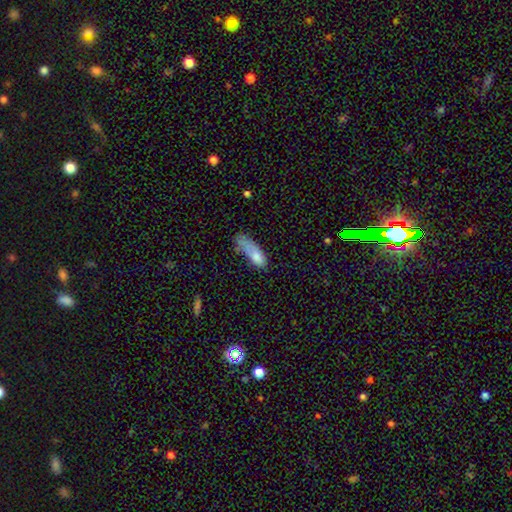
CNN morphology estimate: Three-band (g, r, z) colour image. It shows a smooth galaxy with no disk features (73%) that is in between round and cigar-shaped (55%). Merging: major disturbance (34%).